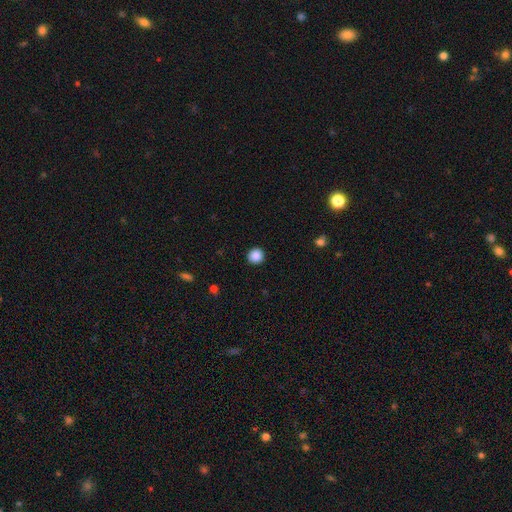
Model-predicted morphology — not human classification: Smooth or featured? smooth (88%)
How rounded? round (94%)
Merging? none (93%)